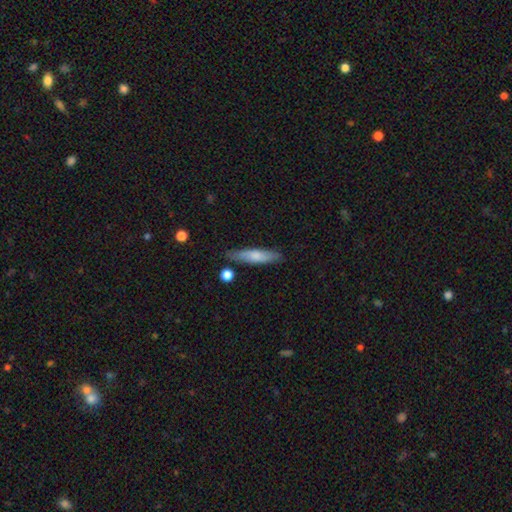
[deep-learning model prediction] This is likely a smooth galaxy (69%). How rounded: clearly cigar-shaped (81%). Merging: clearly none (81%).